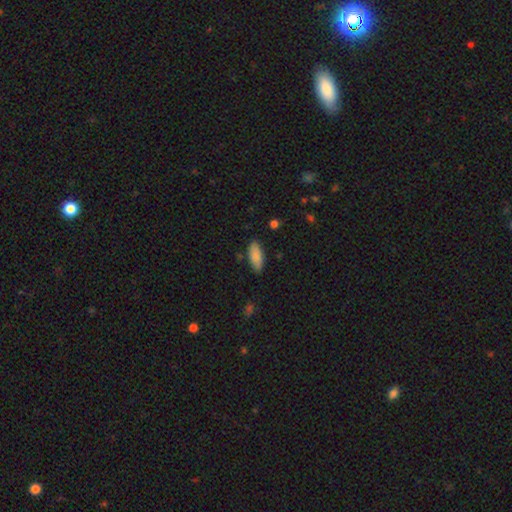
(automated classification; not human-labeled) Q: Smooth or featured?
A: smooth (86%); runner-up: featured or disk (8%)
Q: How rounded?
A: in between (82%); runner-up: cigar-shaped (17%)
Q: Merging?
A: none (82%); runner-up: minor disturbance (15%)